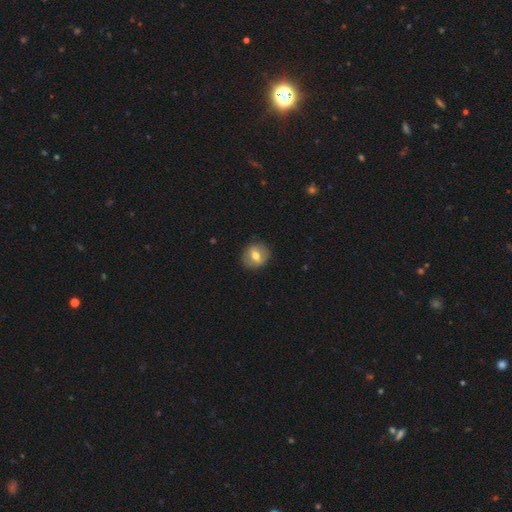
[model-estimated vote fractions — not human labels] Overall: smooth (53%; featured or disk 39%). How rounded: round (78%). Merging: none (86%).